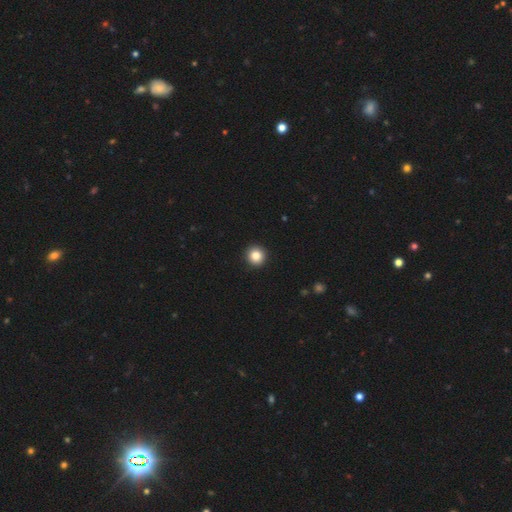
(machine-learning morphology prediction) A smooth galaxy with no disk features (84%) that is round (95%).

Vote fractions:
- Smooth or featured? smooth: 84% / star or artifact: 10% / featured or disk: 5%
- How rounded? round: 95% / in between: 4% / cigar-shaped: 1%
- Merging? none: 94% / minor disturbance: 4% / major disturbance: 1% / merger: 1%